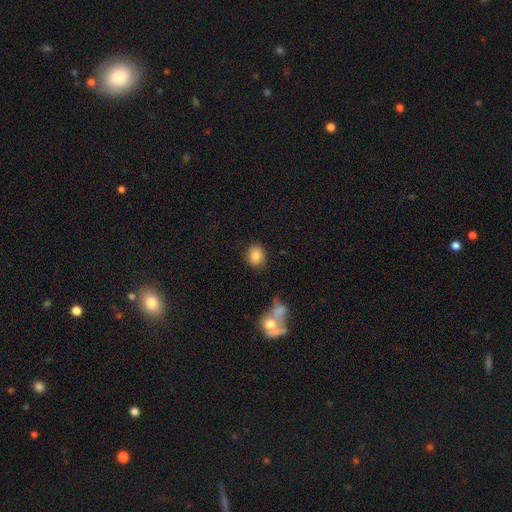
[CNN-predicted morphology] smooth-or-featured: smooth: 81% | star or artifact: 9% | featured or disk: 9%
  how-rounded: round: 67% | in between: 32% | cigar-shaped: 1%
  merging: none: 83% | minor disturbance: 10% | merger: 4% | major disturbance: 3%